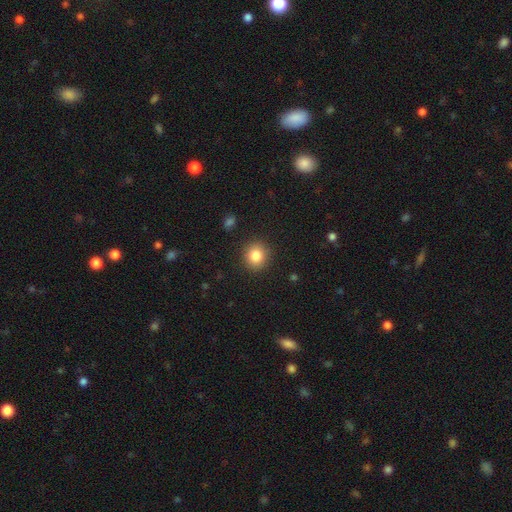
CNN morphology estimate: smooth_or_featured: smooth (p=0.83) [alt: star or artifact p=0.10]
how_rounded: round (p=0.86) [alt: in between p=0.13]
merging: none (p=0.90) [alt: minor disturbance p=0.06]